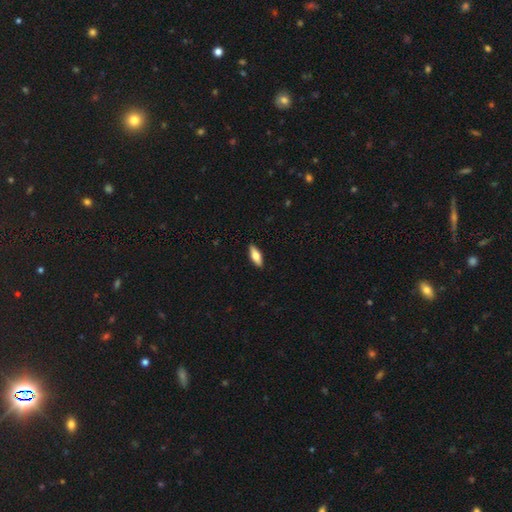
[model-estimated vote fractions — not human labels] Smooth or featured? Predicted: smooth (p=0.69). How rounded? Predicted: in between (p=0.69). Merging? Predicted: none (p=0.90).